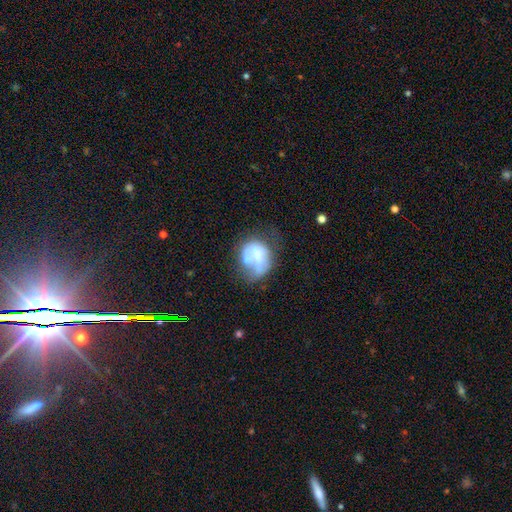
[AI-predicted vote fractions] smooth 50%, featured or disk 41%, star or artifact 9%. Down the decision tree: merging — major disturbance (31%).